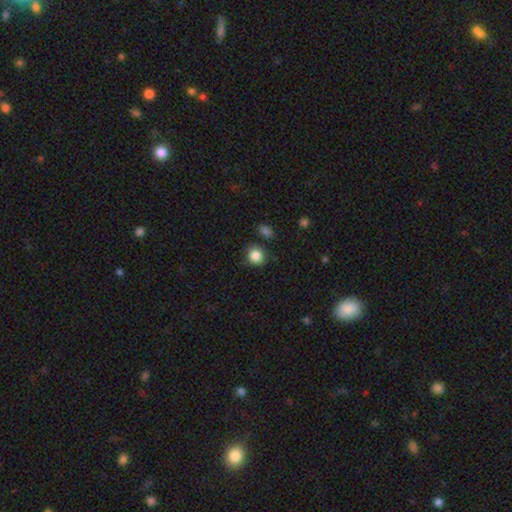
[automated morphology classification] This is clearly a smooth galaxy (86%). How rounded: clearly round (85%). Merging: likely none (78%).